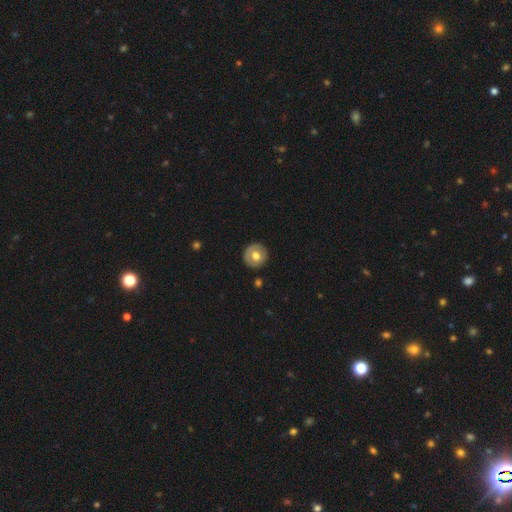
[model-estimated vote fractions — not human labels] The model was most divided on "smooth or featured": smooth: 62%, featured or disk: 31%, star or artifact: 6%. More confident: how rounded — round (95%); merging — none (90%).